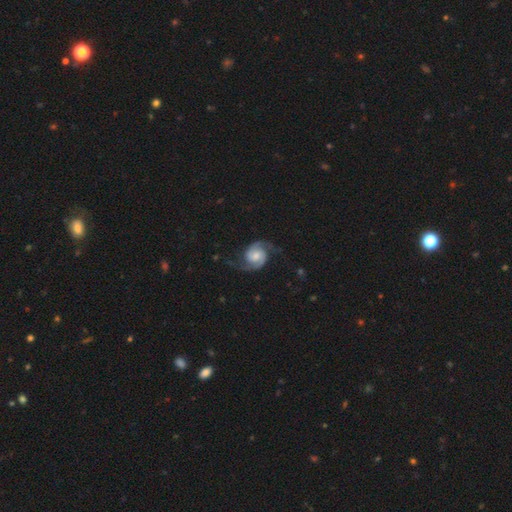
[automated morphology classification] smooth-or-featured: featured or disk: 88% | smooth: 7% | star or artifact: 5%
  disk-edge-on: no: 98% | yes: 2%
    bar: no: 59% | weak: 34% | strong: 7%
    has-spiral-arms: yes: 98% | no: 2%
      spiral-winding: medium: 50% | loose: 28% | tight: 23%
      spiral-arm-count: 2: 93% | can't tell: 2% | 3: 1% | 1: 1% | 4: 1% | more than 4: 1%
    bulge-size: moderate: 48% | small: 32% | large: 10% | none: 8% | dominant: 2%
  merging: none: 74% | minor disturbance: 16% | major disturbance: 8% | merger: 1%